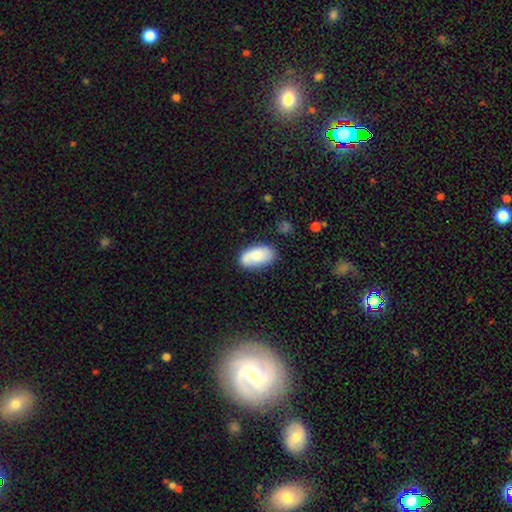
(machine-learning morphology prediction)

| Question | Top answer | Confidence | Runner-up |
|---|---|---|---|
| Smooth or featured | smooth | 73% | featured or disk (20%) |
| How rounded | in between | 93% | round (4%) |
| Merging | none | 71% | minor disturbance (20%) |